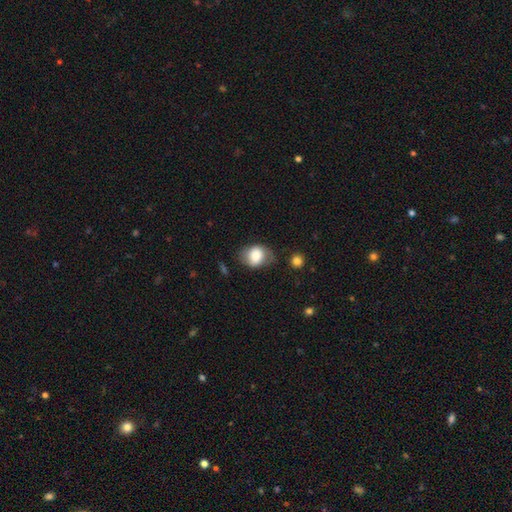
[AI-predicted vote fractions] smooth 73%, featured or disk 19%, star or artifact 8%. Down the decision tree: how rounded — in between (59%); merging — none (57%).